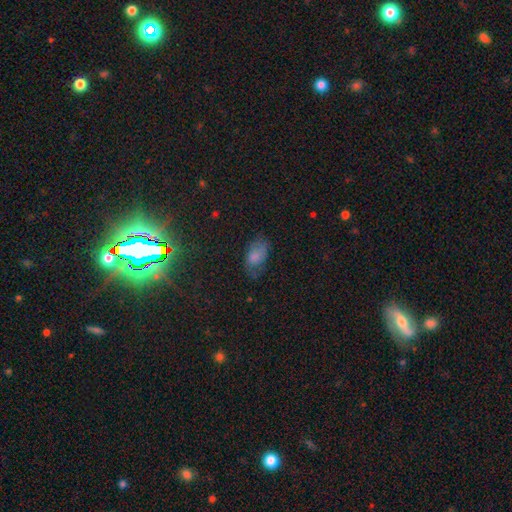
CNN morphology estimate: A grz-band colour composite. It shows a smooth galaxy with no disk features (71%) that is in between round and cigar-shaped (91%). Merging: none (55%).